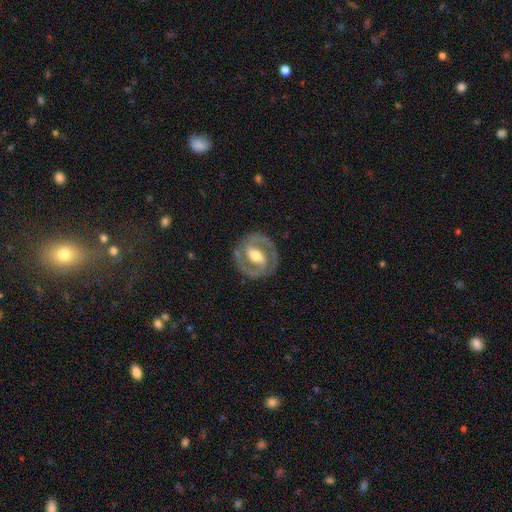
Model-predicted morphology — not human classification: Smooth or featured? featured or disk (84%)
Edge-on disk? no (97%)
Bar? strong (53%)
Spiral arms? yes (84%)
Spiral winding? tight (45%, tied with medium)
Spiral arm count? 2 (89%)
Bulge size? moderate (68%)
Merging? none (85%)